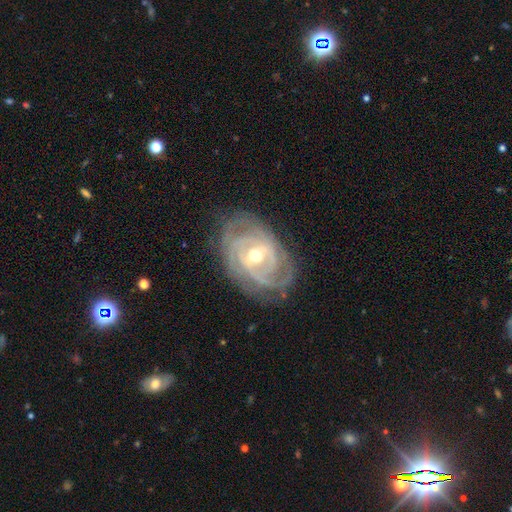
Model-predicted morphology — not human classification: Smooth or featured? featured or disk (88%)
Edge-on disk? no (96%)
Bar? weak (47%)
Spiral arms? yes (94%)
Spiral winding? tight (71%)
Spiral arm count? can't tell (31%)
Bulge size? moderate (62%)
Merging? none (75%)